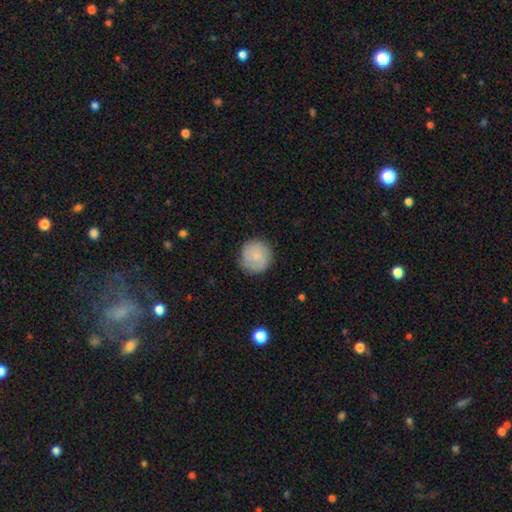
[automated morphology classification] This is likely a smooth galaxy (72%). How rounded: clearly round (93%). Merging: clearly none (81%).